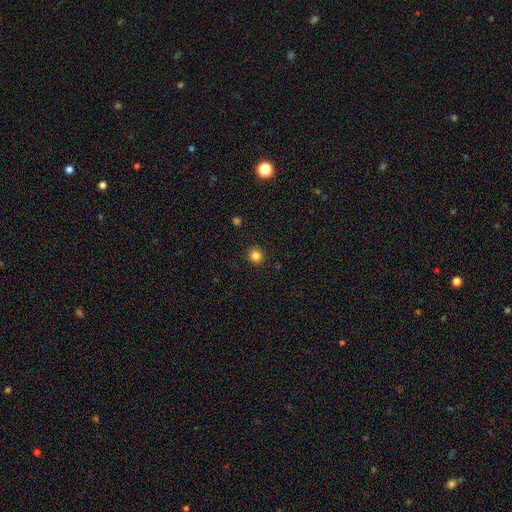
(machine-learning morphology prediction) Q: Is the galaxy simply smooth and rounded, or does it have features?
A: smooth — 83%.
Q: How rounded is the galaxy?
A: round — 93%.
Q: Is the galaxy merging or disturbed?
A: none — 92%.